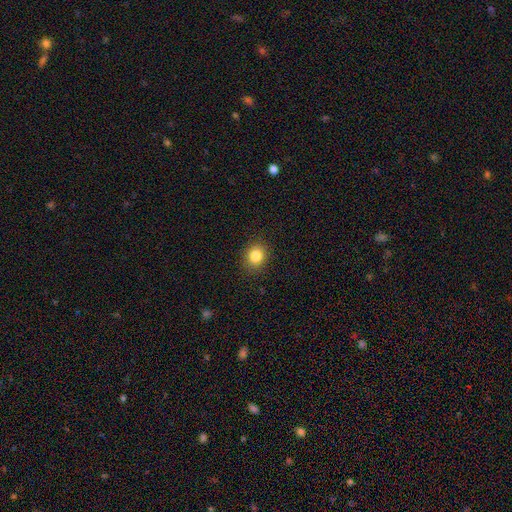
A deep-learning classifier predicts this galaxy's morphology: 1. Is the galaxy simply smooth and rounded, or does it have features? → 84% smooth, 10% star or artifact, 5% featured or disk.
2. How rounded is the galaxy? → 71% round, 28% in between, 1% cigar-shaped.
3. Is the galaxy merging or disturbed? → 89% none, 8% minor disturbance, 3% major disturbance, 1% merger.